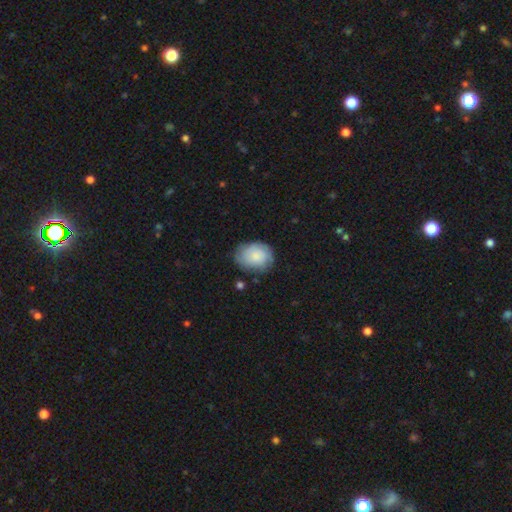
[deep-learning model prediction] smooth_or_featured: smooth (p=0.72) [alt: featured or disk p=0.21]
how_rounded: in between (p=0.59) [alt: round p=0.40]
merging: none (p=0.70) [alt: minor disturbance p=0.22]